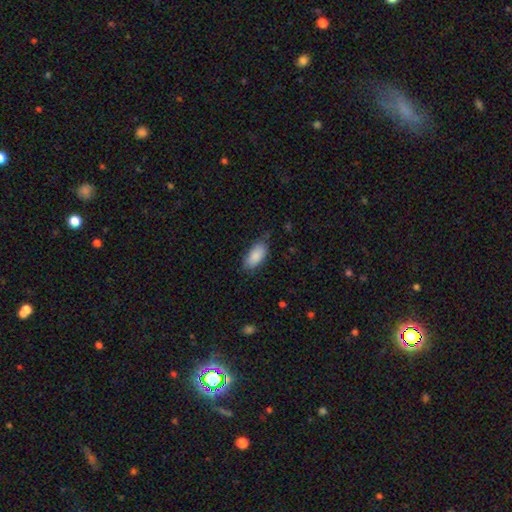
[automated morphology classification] A smooth galaxy with no disk features (87%) that is in between round and cigar-shaped (92%). Merging: none (72%).